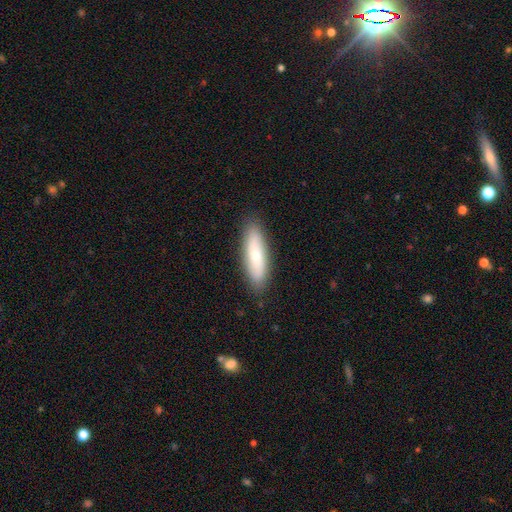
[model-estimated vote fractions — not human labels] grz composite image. It shows a smooth galaxy with no disk features (68%) that is cigar-shaped (61%). Merging: none (87%).